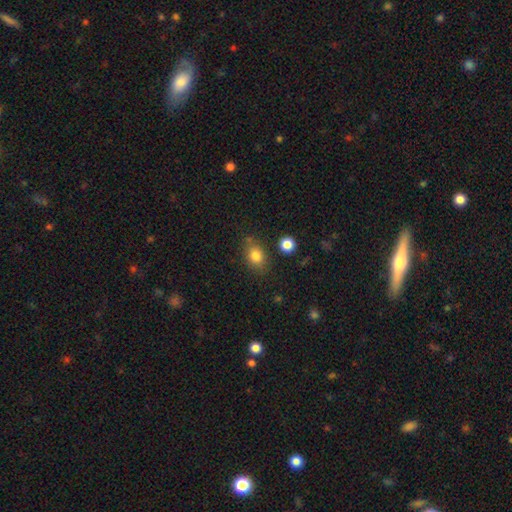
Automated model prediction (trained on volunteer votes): The model was most divided on "how rounded": in between: 61%, round: 38%, cigar-shaped: 2%. More confident: smooth or featured — smooth (82%); merging — none (71%).